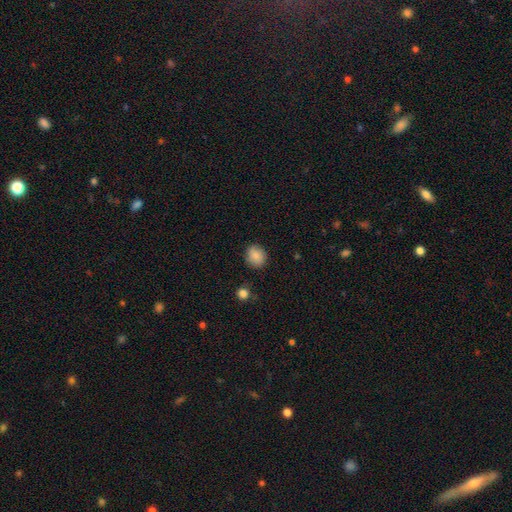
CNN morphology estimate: smooth_or_featured: smooth (p=0.85) [alt: star or artifact p=0.09]
how_rounded: round (p=0.77) [alt: in between p=0.22]
merging: none (p=0.85) [alt: minor disturbance p=0.11]